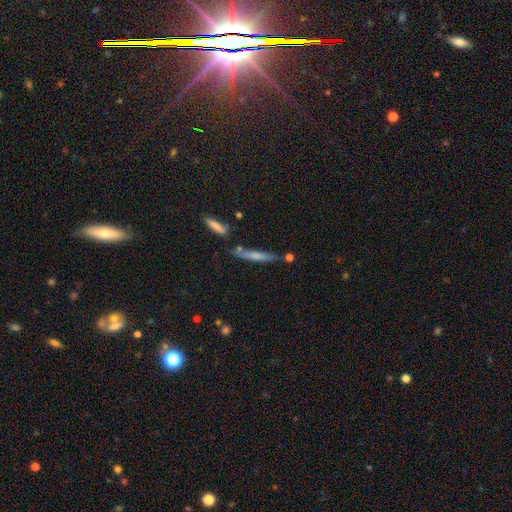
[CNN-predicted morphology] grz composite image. It shows a smooth galaxy with no disk features (61%) that is cigar-shaped (91%). Merging: none (70%).